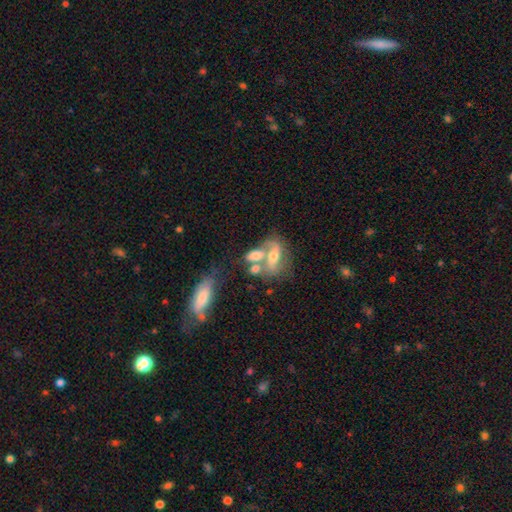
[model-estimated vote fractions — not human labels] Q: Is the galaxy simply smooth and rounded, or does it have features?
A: featured or disk — 46%.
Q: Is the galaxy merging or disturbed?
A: merger — 54%.